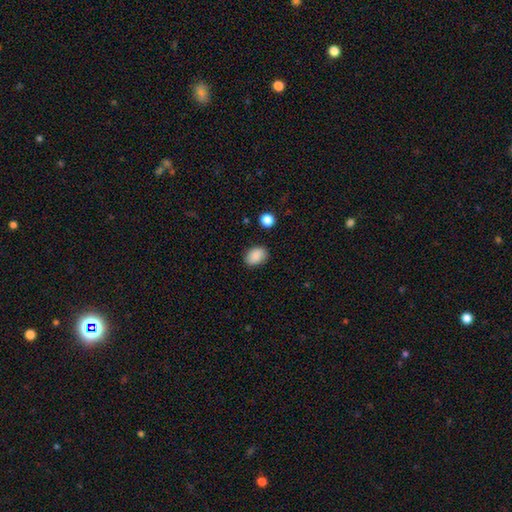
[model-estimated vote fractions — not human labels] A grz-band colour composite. It shows a smooth galaxy with no disk features (88%) that is in between round and cigar-shaped (78%). Merging: none (85%).